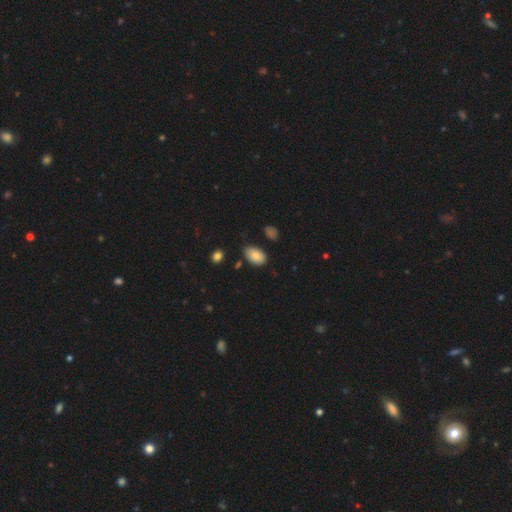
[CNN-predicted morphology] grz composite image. It shows a smooth galaxy with no disk features (84%) that is in between round and cigar-shaped (93%). Merging: none (80%).